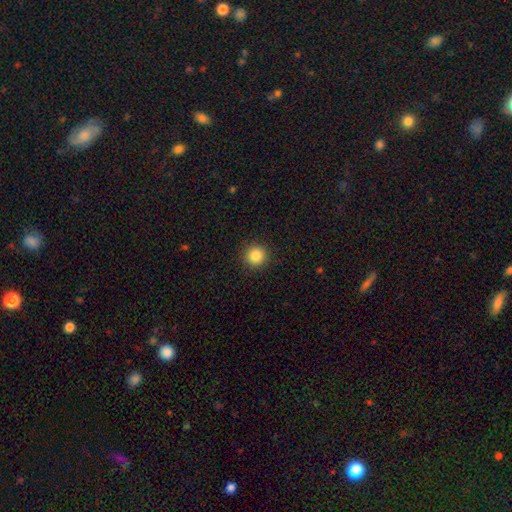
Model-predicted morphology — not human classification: smooth_or_featured: smooth (p=0.86) [alt: star or artifact p=0.10]
how_rounded: round (p=0.94) [alt: in between p=0.05]
merging: none (p=0.92) [alt: minor disturbance p=0.05]